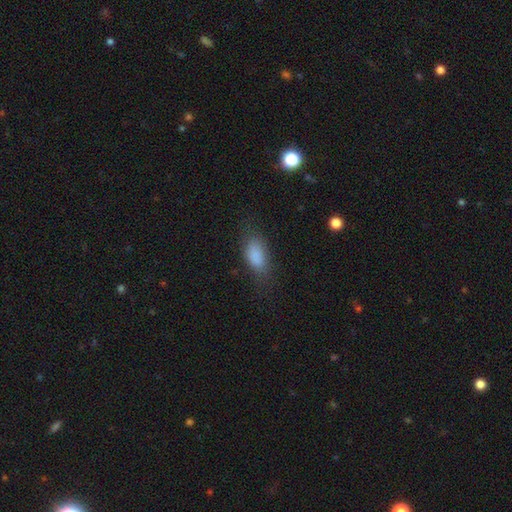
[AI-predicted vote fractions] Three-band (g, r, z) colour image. It shows a smooth galaxy with no disk features (84%) that is in between round and cigar-shaped (88%). Merging: none (67%).